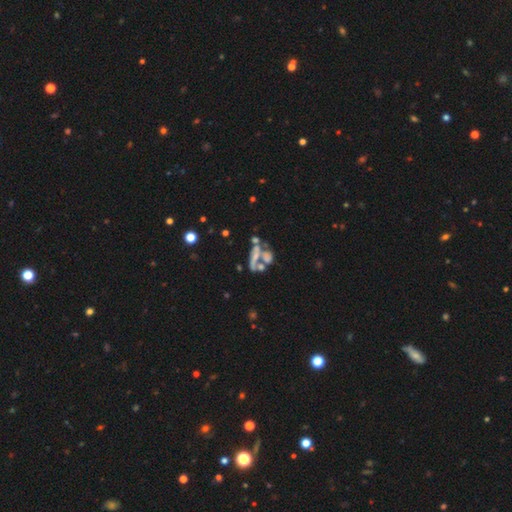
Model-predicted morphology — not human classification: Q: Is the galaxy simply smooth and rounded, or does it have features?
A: featured or disk — 50%.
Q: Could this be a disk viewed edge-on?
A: no — 87%.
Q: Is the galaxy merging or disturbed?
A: merger — 50%.